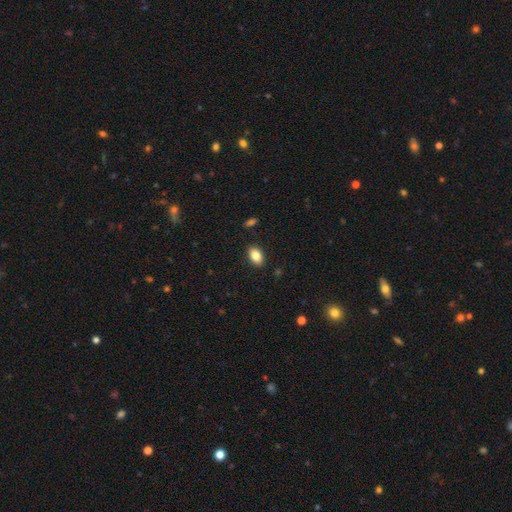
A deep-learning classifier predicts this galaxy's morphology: A smooth galaxy with no disk features (84%) that is in between round and cigar-shaped (89%). Merging: none (88%).